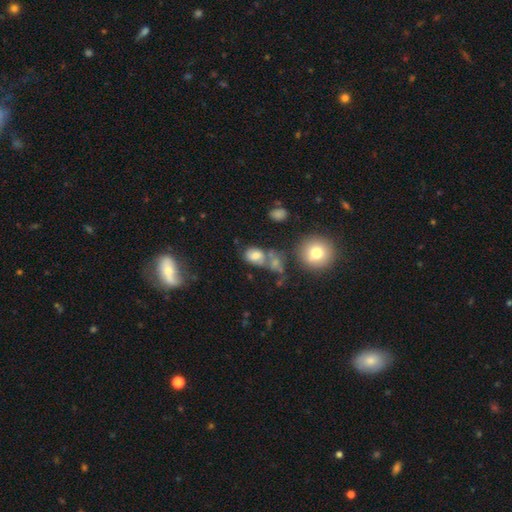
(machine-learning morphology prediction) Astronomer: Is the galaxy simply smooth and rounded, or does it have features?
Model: smooth — 66%.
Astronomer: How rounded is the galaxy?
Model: in between — 68%.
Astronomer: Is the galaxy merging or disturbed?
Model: none — 39% (runner-up: merger, 33%).